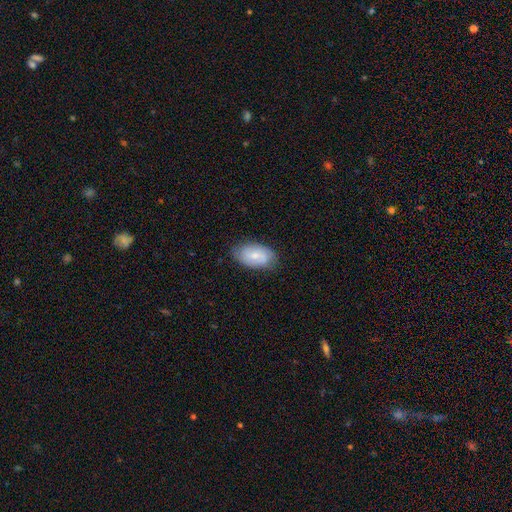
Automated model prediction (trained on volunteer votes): Overall: smooth (57%; featured or disk 36%). How rounded: in between (92%). Merging: none (77%).